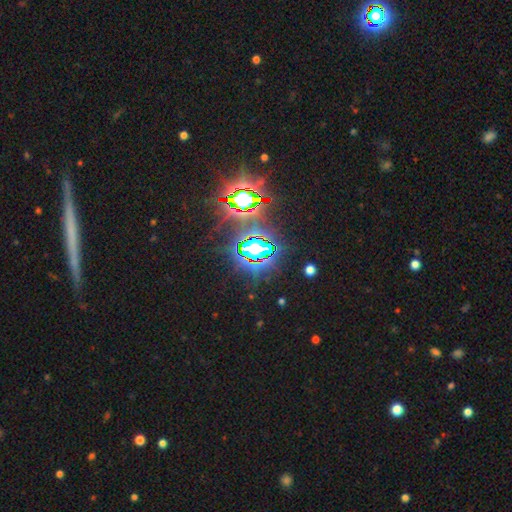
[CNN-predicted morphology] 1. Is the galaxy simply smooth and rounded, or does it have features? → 82% star or artifact, 10% smooth, 8% featured or disk.